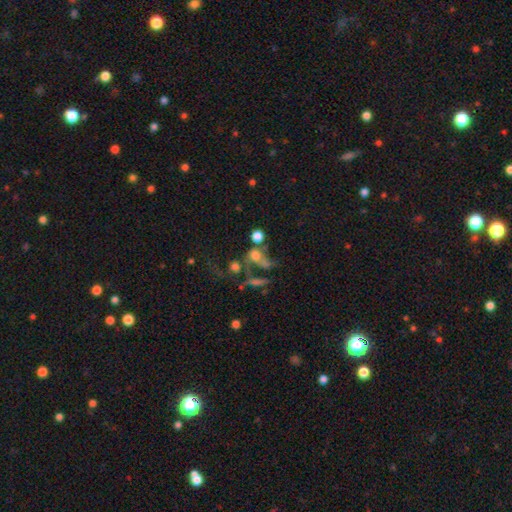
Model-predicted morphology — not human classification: Smooth or featured? Predicted: smooth (p=0.55). How rounded? Predicted: round (p=0.65). Merging? Predicted: merger (p=0.40).